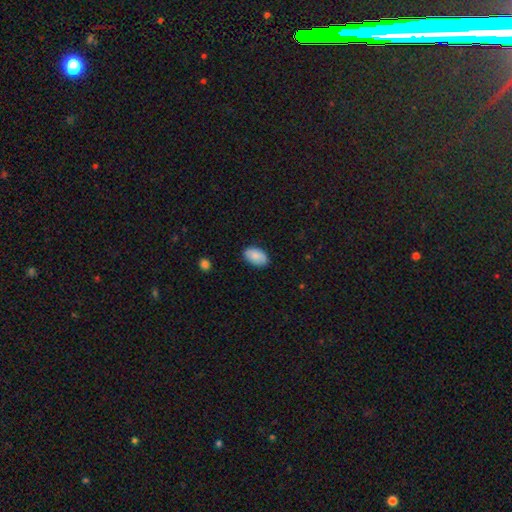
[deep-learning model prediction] A smooth galaxy with no disk features (86%) that is in between round and cigar-shaped (93%). Merging: none (85%).